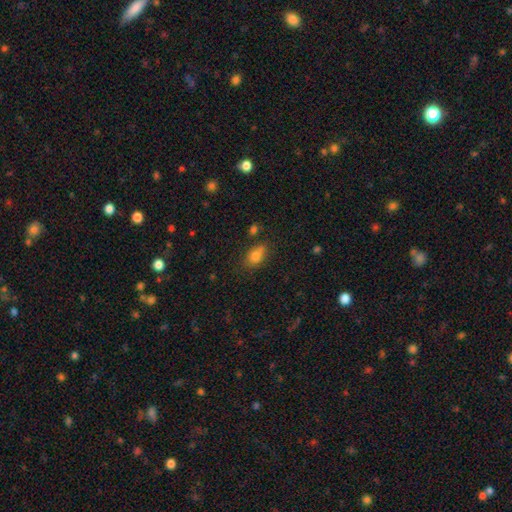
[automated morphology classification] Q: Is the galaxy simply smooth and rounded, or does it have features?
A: smooth — 80%.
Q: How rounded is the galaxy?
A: in between — 76%.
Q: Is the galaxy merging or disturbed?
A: none — 65%.